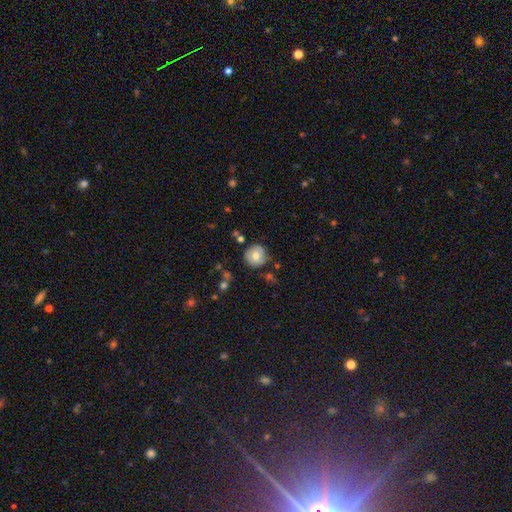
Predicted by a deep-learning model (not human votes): The model was most divided on "smooth or featured": smooth: 72%, featured or disk: 19%, star or artifact: 8%. More confident: how rounded — round (91%); merging — none (80%).